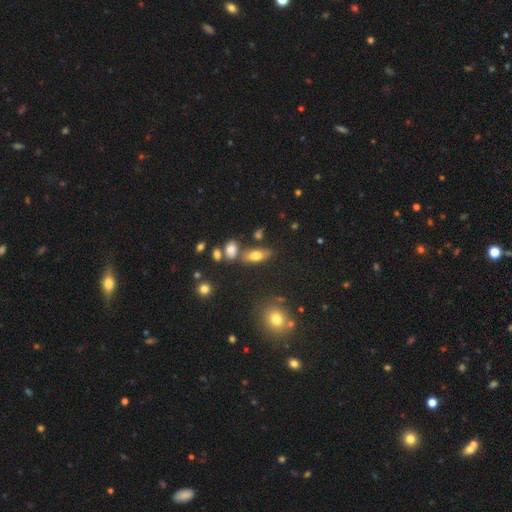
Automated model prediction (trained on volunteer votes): Q: Smooth or featured?
A: smooth (69%); runner-up: featured or disk (21%)
Q: How rounded?
A: in between (79%); runner-up: cigar-shaped (16%)
Q: Merging?
A: none (68%); runner-up: minor disturbance (14%)